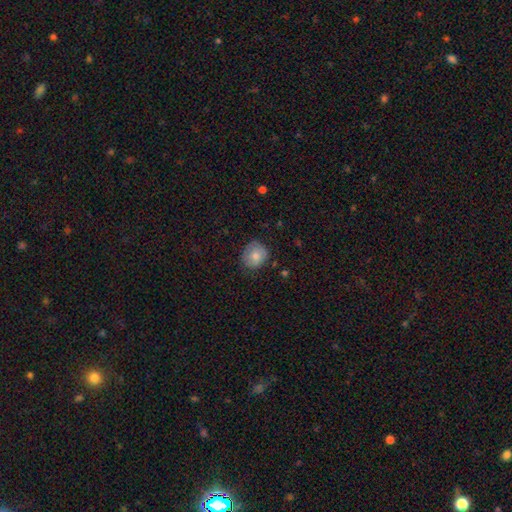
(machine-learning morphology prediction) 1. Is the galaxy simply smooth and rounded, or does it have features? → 75% smooth, 17% featured or disk, 7% star or artifact.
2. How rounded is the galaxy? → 72% round, 27% in between, 1% cigar-shaped.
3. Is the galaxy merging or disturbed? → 71% none, 23% minor disturbance, 5% major disturbance, 1% merger.